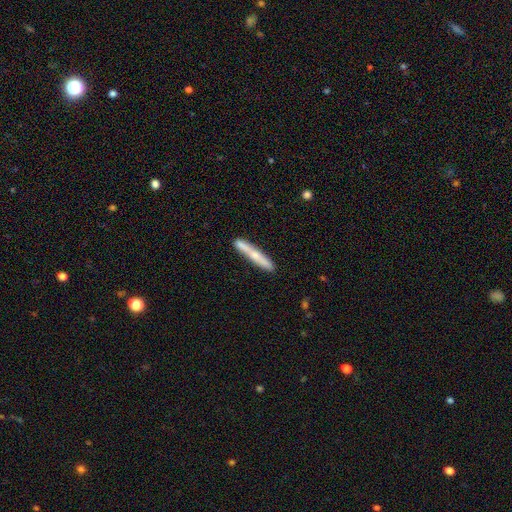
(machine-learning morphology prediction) Smooth or featured?
  - smooth: 55% *
  - featured or disk: 39%
  - star or artifact: 5%
How rounded?
  - cigar-shaped: 94% *
  - in between: 5%
  - round: 1%
Merging?
  - none: 82% *
  - minor disturbance: 12%
  - merger: 4%
  - major disturbance: 2%